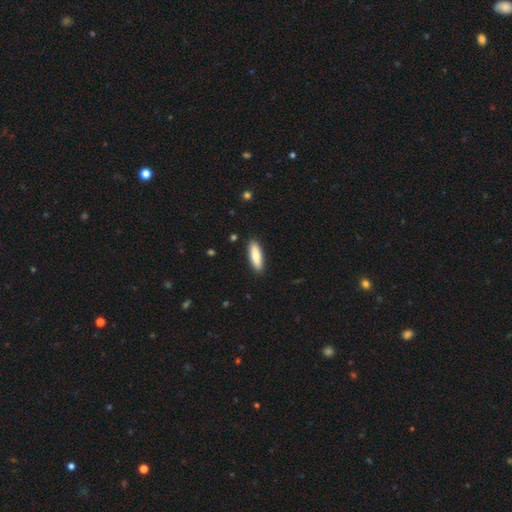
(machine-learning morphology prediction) The model was most divided on "how rounded": cigar-shaped: 55%, in between: 43%, round: 2%. More confident: merging — none (90%); smooth or featured — smooth (82%).